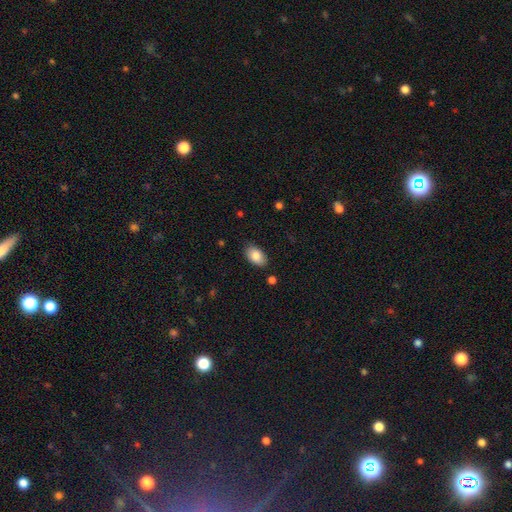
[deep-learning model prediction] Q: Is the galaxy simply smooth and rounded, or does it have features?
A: smooth — 85%.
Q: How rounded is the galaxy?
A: in between — 92%.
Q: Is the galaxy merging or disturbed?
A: none — 85%.